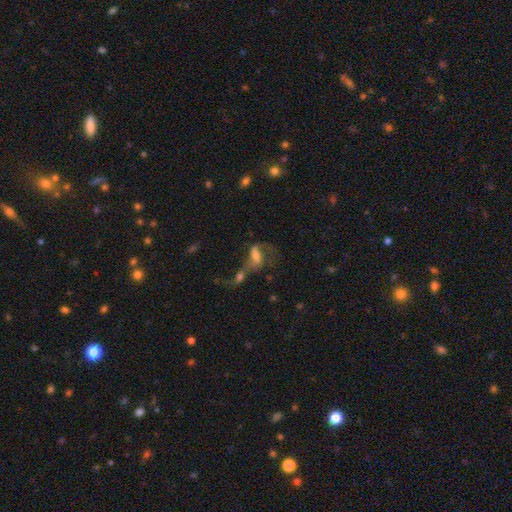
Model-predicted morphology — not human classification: A featured or disk galaxy (51%). Merging: merger (59%).